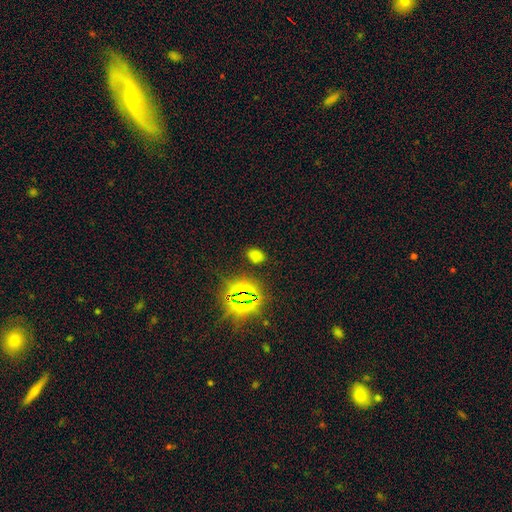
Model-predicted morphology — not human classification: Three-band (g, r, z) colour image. It shows a smooth galaxy with no disk features (62%) that is in between round and cigar-shaped (83%). Merging: none (83%).